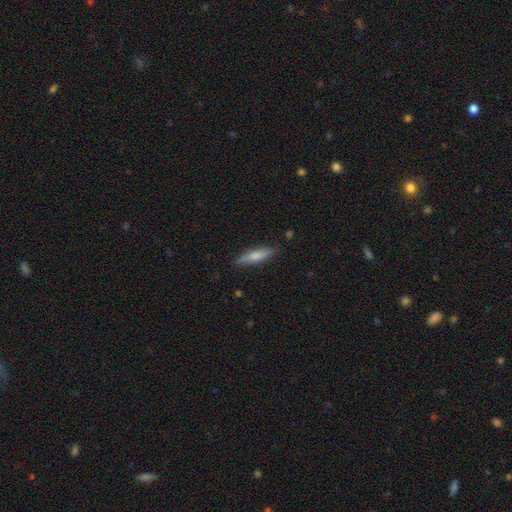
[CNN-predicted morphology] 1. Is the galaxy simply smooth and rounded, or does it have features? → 73% smooth, 22% featured or disk, 6% star or artifact.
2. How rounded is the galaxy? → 76% cigar-shaped, 22% in between, 2% round.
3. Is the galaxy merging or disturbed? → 86% none, 11% minor disturbance, 2% major disturbance, 1% merger.